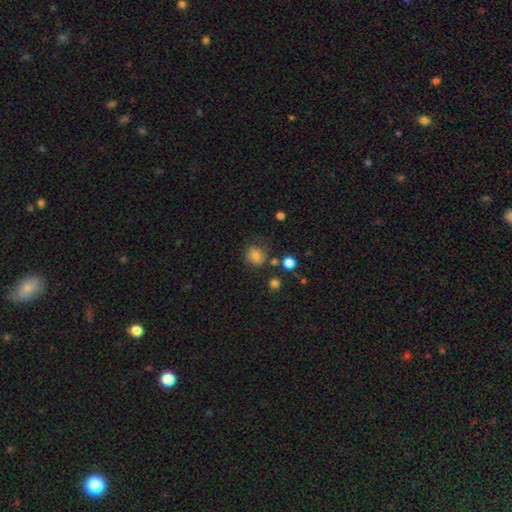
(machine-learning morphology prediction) Q: Smooth or featured?
A: smooth (78%); runner-up: star or artifact (12%)
Q: How rounded?
A: round (77%); runner-up: in between (23%)
Q: Merging?
A: none (68%); runner-up: minor disturbance (19%)